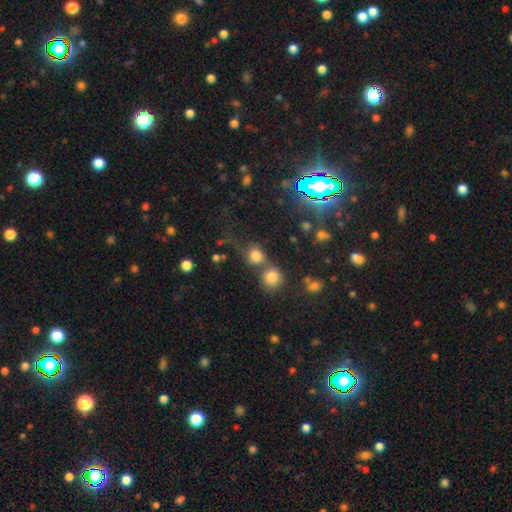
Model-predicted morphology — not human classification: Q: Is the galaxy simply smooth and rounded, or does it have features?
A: smooth — 75%.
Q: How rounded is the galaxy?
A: round — 78%.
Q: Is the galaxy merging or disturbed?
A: merger — 44%.